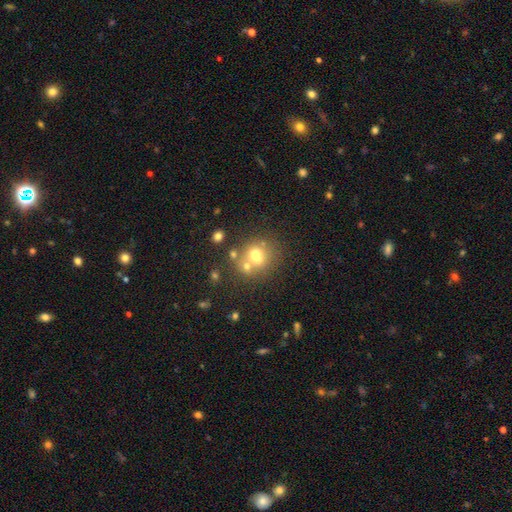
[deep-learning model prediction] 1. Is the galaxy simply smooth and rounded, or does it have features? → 60% smooth, 24% featured or disk, 16% star or artifact.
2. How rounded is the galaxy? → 61% round, 38% in between, 2% cigar-shaped.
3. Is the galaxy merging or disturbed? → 47% none, 34% merger, 12% minor disturbance, 7% major disturbance.